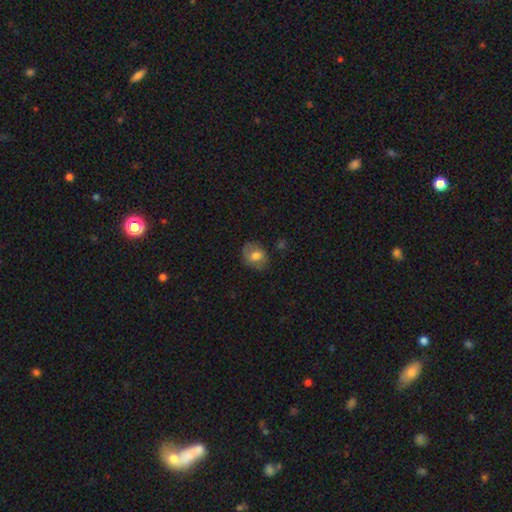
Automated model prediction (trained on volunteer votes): smooth_or_featured: smooth (p=0.61) [alt: featured or disk p=0.30]
how_rounded: round (p=0.53) [alt: in between p=0.46]
merging: none (p=0.69) [alt: minor disturbance p=0.21]